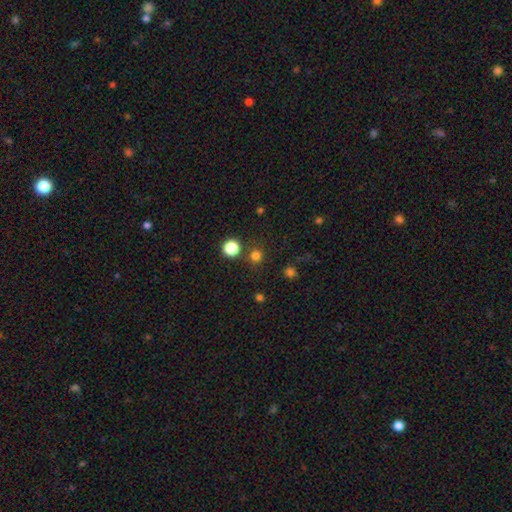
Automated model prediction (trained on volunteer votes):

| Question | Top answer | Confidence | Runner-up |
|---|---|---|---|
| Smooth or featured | smooth | 76% | star or artifact (20%) |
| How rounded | round | 93% | in between (6%) |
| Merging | none | 82% | merger (8%) |